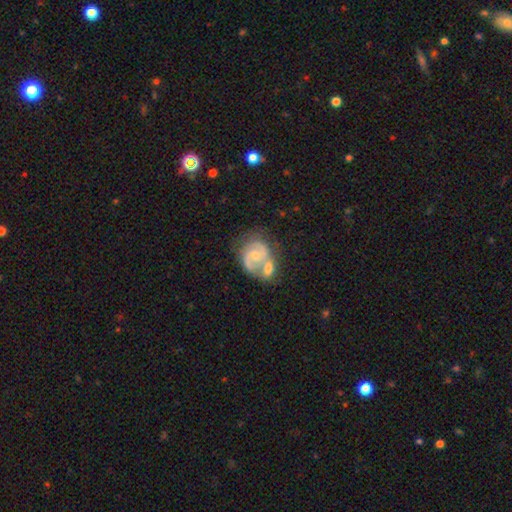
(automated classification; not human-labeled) This appears to be a featured or disk galaxy (73%) with no bar (68%), 2 (65%) medium (44%) spiral arms (80%) and a moderate central bulge (50%). Merging: merger (53%).